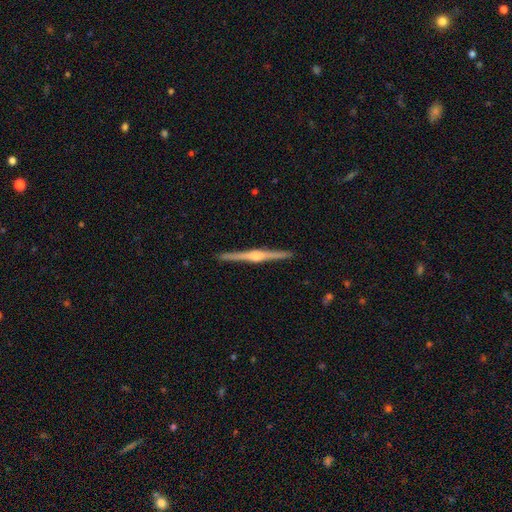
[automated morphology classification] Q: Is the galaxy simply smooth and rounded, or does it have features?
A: featured or disk — 86%.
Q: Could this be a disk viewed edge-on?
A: yes — 99%.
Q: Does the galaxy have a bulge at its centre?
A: rounded — 88%.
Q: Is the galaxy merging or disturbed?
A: none — 93%.